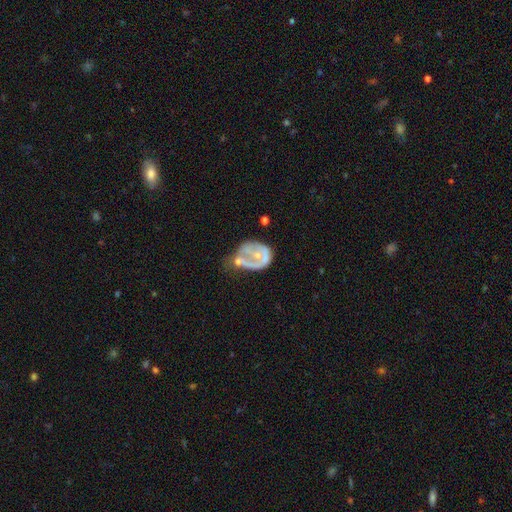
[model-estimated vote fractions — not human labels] The model was most divided on "merging": major disturbance: 33%, merger: 28%, none: 20%, minor disturbance: 19%. More confident: edge-on disk — no (97%); bar — no (72%); spiral arms — no (63%); smooth or featured — featured or disk (62%); bulge size — small (50%).